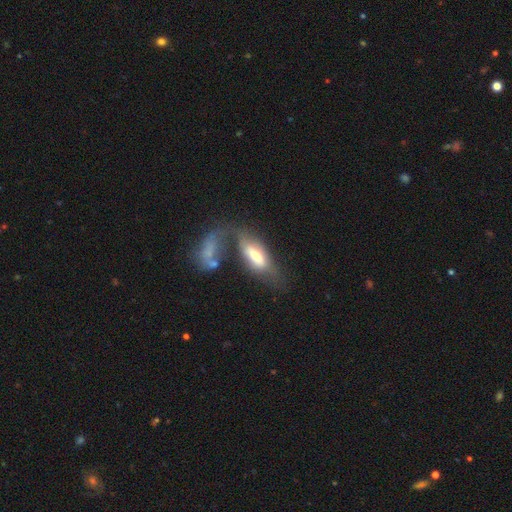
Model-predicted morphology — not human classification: smooth-or-featured: smooth: 56% | featured or disk: 37% | star or artifact: 7%
  how-rounded: in between: 75% | cigar-shaped: 22% | round: 2%
  merging: none: 29% | merger: 26% | major disturbance: 26% | minor disturbance: 19%